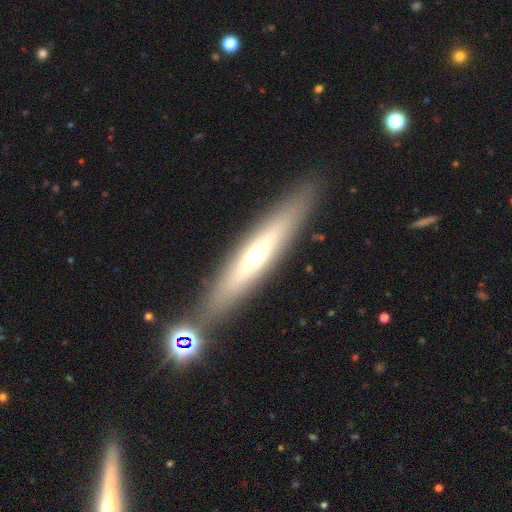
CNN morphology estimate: Q: Smooth or featured?
A: featured or disk (50%); runner-up: smooth (41%)
Q: Edge-on disk?
A: yes (80%); runner-up: no (20%)
Q: Merging?
A: none (82%); runner-up: minor disturbance (9%)